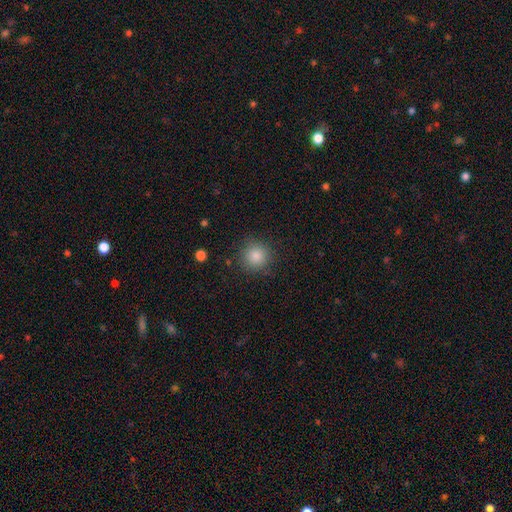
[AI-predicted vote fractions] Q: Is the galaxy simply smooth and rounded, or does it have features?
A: smooth — 85%.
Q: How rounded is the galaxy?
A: round — 93%.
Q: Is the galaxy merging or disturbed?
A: none — 88%.